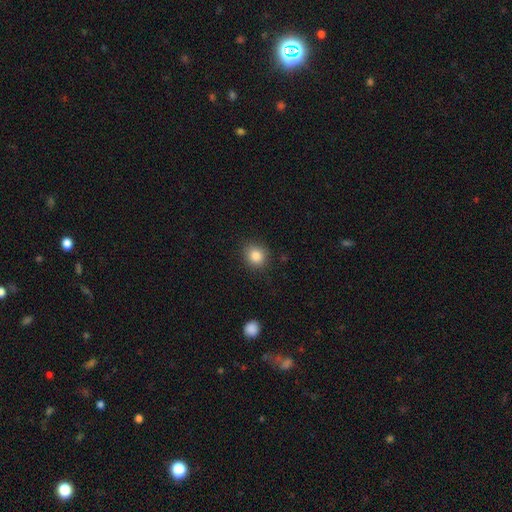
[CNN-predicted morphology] smooth-or-featured: smooth: 85% | star or artifact: 10% | featured or disk: 5%
  how-rounded: round: 79% | in between: 20% | cigar-shaped: 1%
  merging: none: 87% | minor disturbance: 9% | major disturbance: 3% | merger: 1%